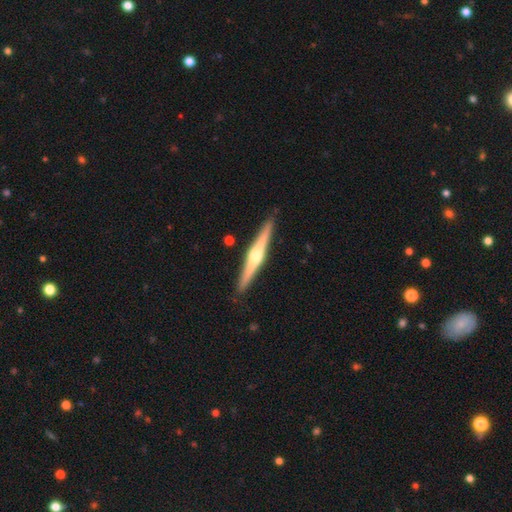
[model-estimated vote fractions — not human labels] Smooth or featured?
  - featured or disk: 77% *
  - smooth: 18%
  - star or artifact: 5%
Edge-on disk?
  - yes: 98% *
  - no: 2%
Edge-on bulge?
  - rounded: 93% *
  - none: 4%
  - boxy: 3%
Merging?
  - none: 91% *
  - minor disturbance: 6%
  - merger: 1%
  - major disturbance: 1%